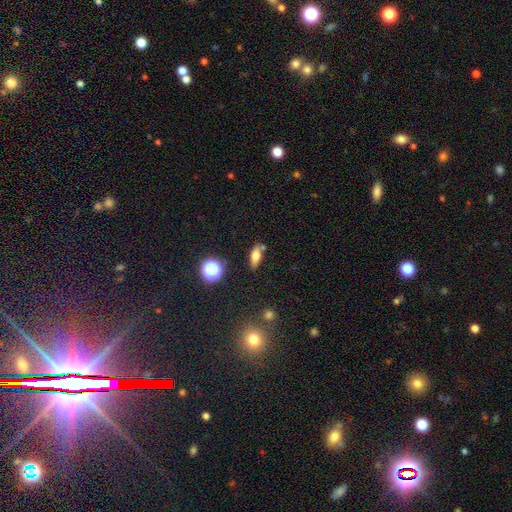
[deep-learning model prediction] Overall: smooth (66%). How rounded: in between (66%; cigar-shaped 26%). Merging: none (72%).